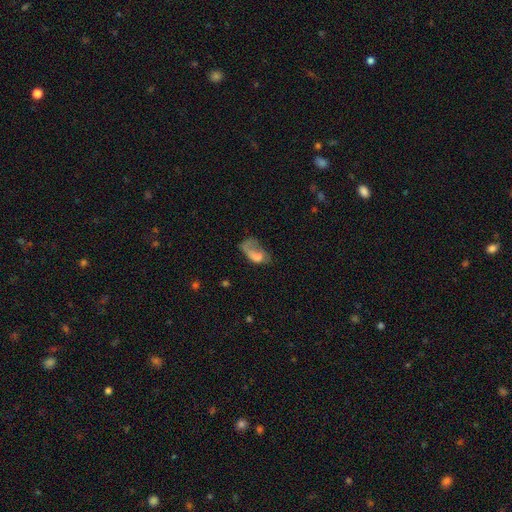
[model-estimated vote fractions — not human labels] smooth_or_featured: smooth (p=0.56) [alt: featured or disk p=0.34]
how_rounded: in between (p=0.88) [alt: round p=0.08]
merging: major disturbance (p=0.55) [alt: none p=0.20]